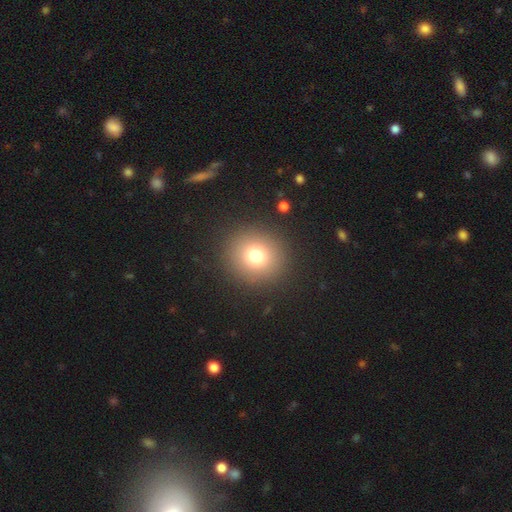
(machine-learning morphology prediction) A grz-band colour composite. It shows a smooth galaxy with no disk features (76%) that is round (90%). Merging: none (89%).